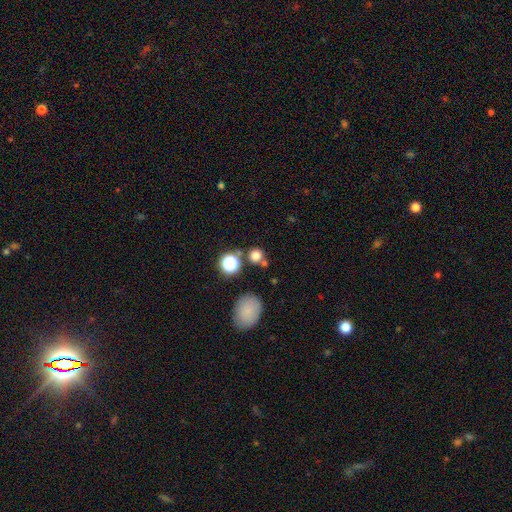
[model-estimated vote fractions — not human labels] Smooth or featured? Predicted: smooth (p=0.75). How rounded? Predicted: round (p=0.88). Merging? Predicted: none (p=0.71).